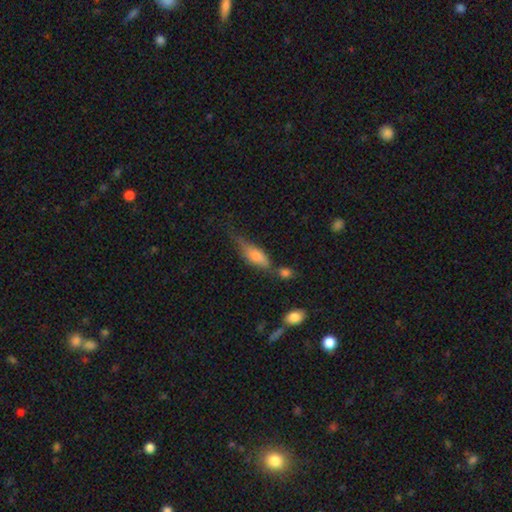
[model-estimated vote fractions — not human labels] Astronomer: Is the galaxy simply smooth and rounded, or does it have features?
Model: smooth — 61%.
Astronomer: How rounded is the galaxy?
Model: in between — 52% (runner-up: cigar-shaped, 45%).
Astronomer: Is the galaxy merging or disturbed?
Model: none — 41% (runner-up: minor disturbance, 32%).